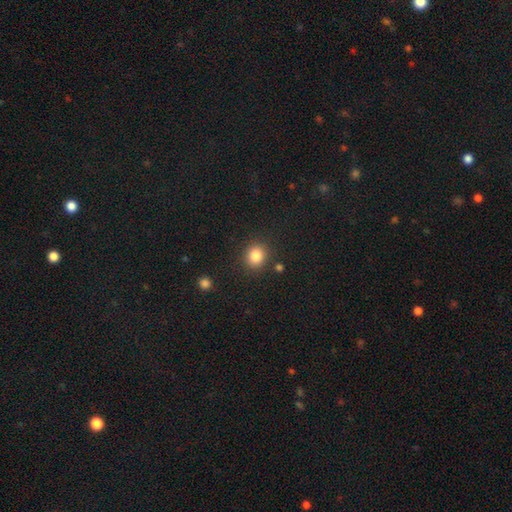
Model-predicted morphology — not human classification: smooth_or_featured: smooth (p=0.84) [alt: star or artifact p=0.11]
how_rounded: round (p=0.77) [alt: in between p=0.22]
merging: none (p=0.87) [alt: minor disturbance p=0.08]